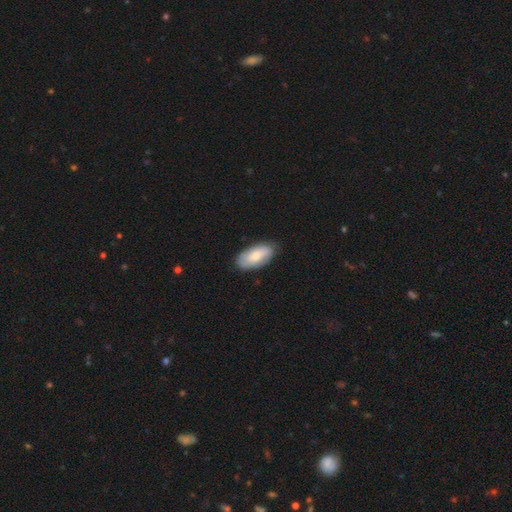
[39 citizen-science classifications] A smooth galaxy with no disk features (72%) that is in between round and cigar-shaped (96%). Merging: none (95%).